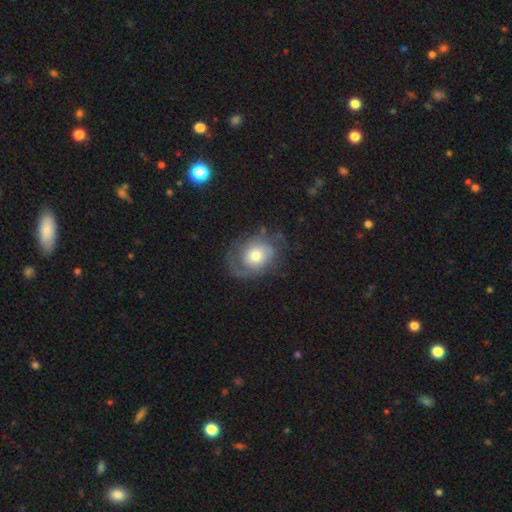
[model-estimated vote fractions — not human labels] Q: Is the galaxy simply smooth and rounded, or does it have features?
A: featured or disk — 48%.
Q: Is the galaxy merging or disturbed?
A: none — 60%.